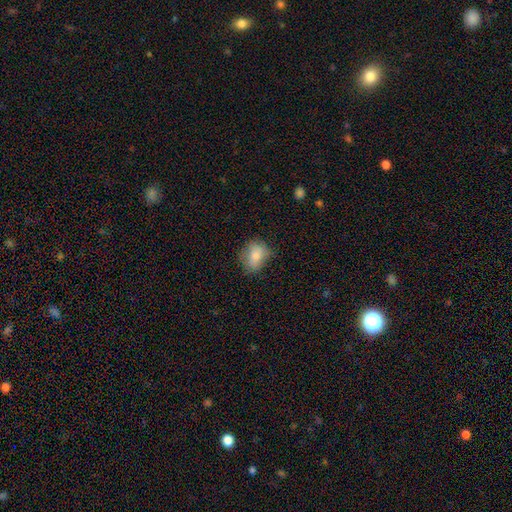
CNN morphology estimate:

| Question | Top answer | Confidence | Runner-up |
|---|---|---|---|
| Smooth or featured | smooth | 79% | featured or disk (13%) |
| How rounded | in between | 51% | round (48%) |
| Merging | none | 69% | minor disturbance (23%) |